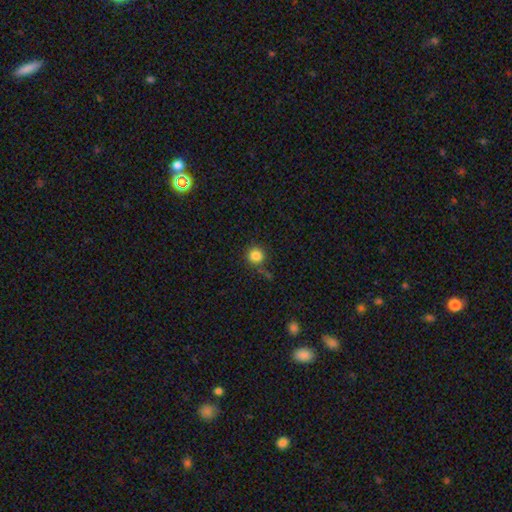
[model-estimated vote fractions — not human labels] smooth-or-featured: smooth: 84% | star or artifact: 11% | featured or disk: 4%
  how-rounded: round: 94% | in between: 5% | cigar-shaped: 1%
  merging: none: 81% | minor disturbance: 11% | merger: 5% | major disturbance: 3%